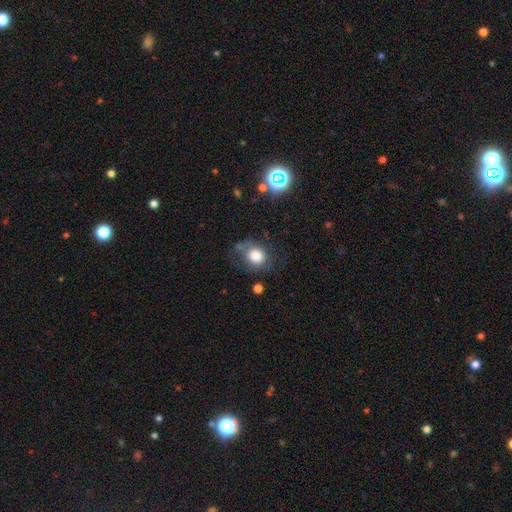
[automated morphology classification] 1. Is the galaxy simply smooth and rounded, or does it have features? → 72% smooth, 17% featured or disk, 11% star or artifact.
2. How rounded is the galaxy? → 69% round, 30% in between, 1% cigar-shaped.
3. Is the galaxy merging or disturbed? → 52% none, 25% minor disturbance, 19% major disturbance, 3% merger.